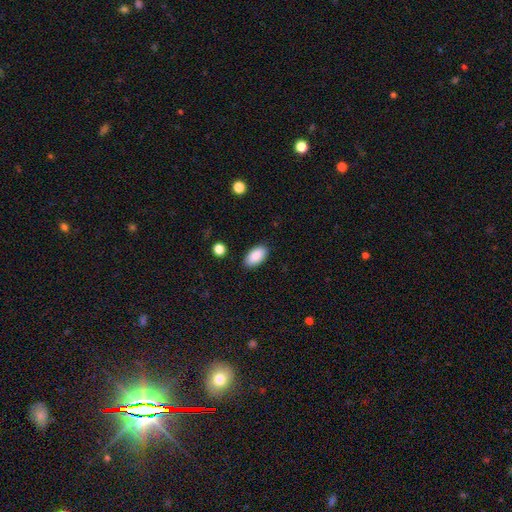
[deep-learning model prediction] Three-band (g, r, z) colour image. It shows a smooth galaxy with no disk features (89%) that is in between round and cigar-shaped (94%). Merging: none (87%).